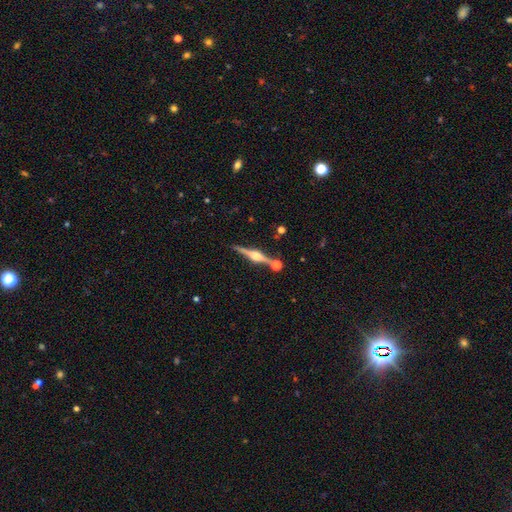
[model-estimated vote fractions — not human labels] Smooth or featured: featured or disk — 84% (smooth — 10%)
Edge-on disk: yes — 98% (no — 2%)
Edge-on bulge: rounded — 89% (boxy — 9%)
Merging: none — 81% (minor disturbance — 9%)